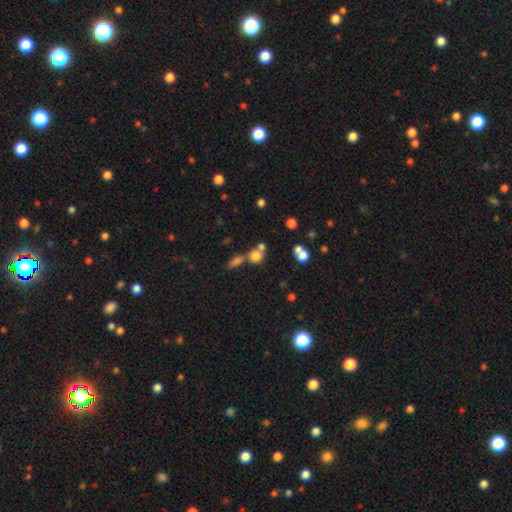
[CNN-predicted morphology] The model was most divided on "merging": none: 46%, merger: 39%, minor disturbance: 9%, major disturbance: 5%. More confident: how rounded — round (80%); smooth or featured — smooth (74%).